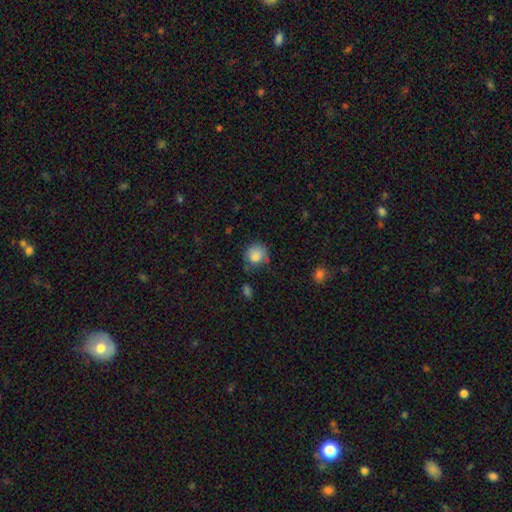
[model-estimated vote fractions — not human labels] This is clearly a smooth galaxy (84%). How rounded: clearly round (83%). Merging: likely none (61%).